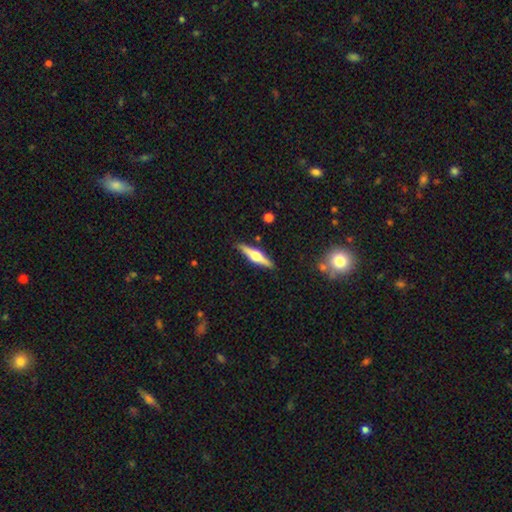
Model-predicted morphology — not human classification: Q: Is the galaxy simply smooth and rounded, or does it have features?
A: featured or disk — 68%.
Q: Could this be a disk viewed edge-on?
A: yes — 97%.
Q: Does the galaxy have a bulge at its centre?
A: rounded — 93%.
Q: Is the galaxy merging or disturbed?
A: none — 89%.